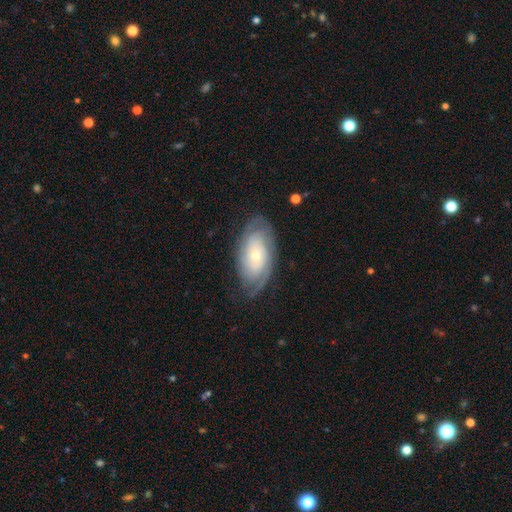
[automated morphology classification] type=featured or disk (72%); edge-on=no (93%); bar=no (78%); spiral arms=yes (87%); winding=tight (66%); arm count=can't tell (42%); bulge=small (68%); merging=none (75%).